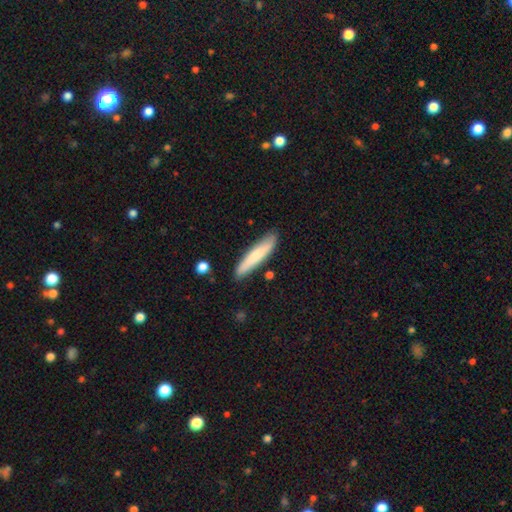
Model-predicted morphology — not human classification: Smooth or featured: smooth — 70% (featured or disk — 25%)
How rounded: cigar-shaped — 87% (in between — 11%)
Merging: none — 84% (minor disturbance — 12%)